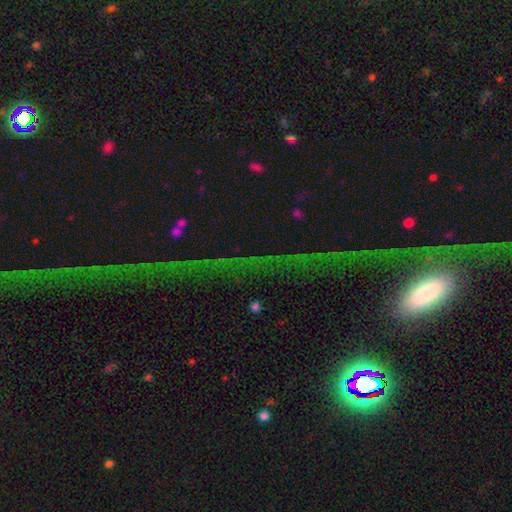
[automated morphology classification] A star or artifact, not a galaxy (73%).

Vote fractions:
- Smooth or featured? star or artifact: 73% / featured or disk: 15% / smooth: 12%